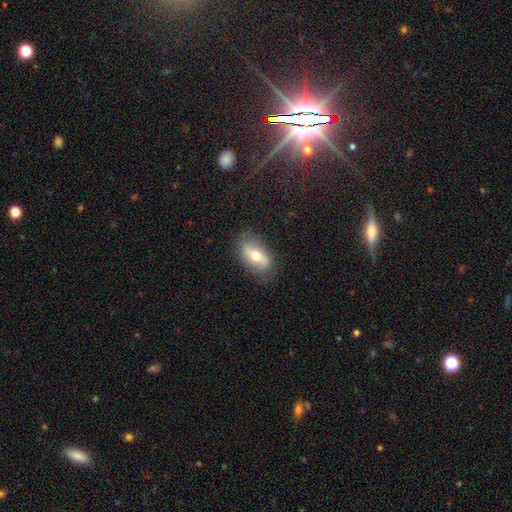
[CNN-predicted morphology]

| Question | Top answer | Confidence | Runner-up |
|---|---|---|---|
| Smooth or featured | smooth | 51% | featured or disk (41%) |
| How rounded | in between | 89% | round (8%) |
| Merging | none | 81% | minor disturbance (14%) |